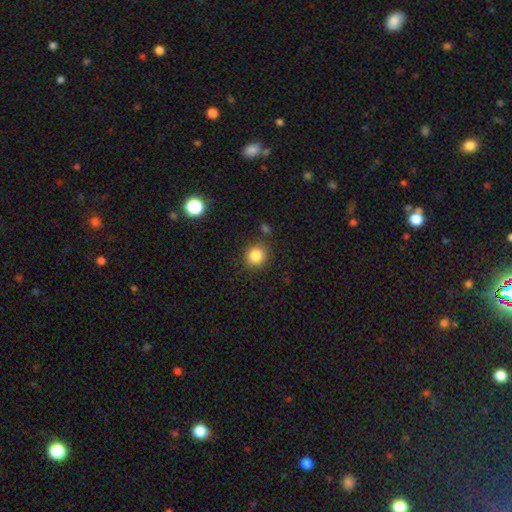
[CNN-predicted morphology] Overall: smooth (85%). How rounded: round (82%). Merging: none (85%).